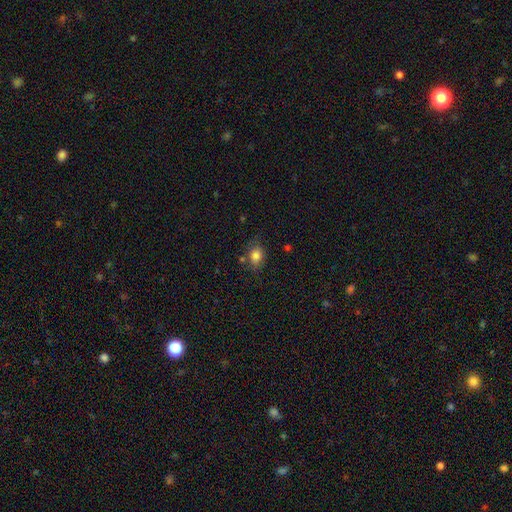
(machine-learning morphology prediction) Q: Smooth or featured?
A: smooth (81%); runner-up: star or artifact (11%)
Q: How rounded?
A: in between (59%); runner-up: round (39%)
Q: Merging?
A: none (71%); runner-up: minor disturbance (20%)